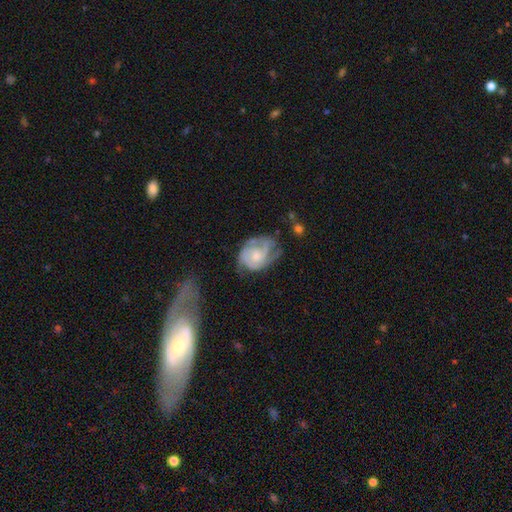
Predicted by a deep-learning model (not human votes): Overall: featured or disk (77%). Edge-on disk: no (98%). Bar: no (72%). Spiral arms: yes (91%). Spiral arm count: 2 (39%; can't tell 25%). Spiral winding: tight (52%; medium 38%). Bulge size: small (49%; moderate 38%). Merging: none (49%; minor disturbance 29%).